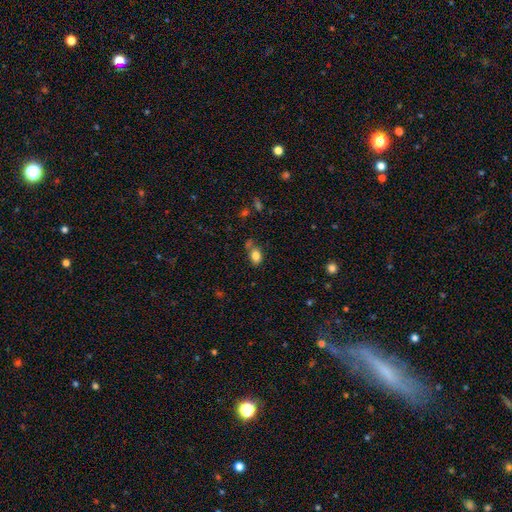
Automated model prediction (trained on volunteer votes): The model was most divided on "merging": none: 59%, minor disturbance: 22%, merger: 13%, major disturbance: 7%. More confident: smooth or featured — smooth (82%); how rounded — in between (72%).